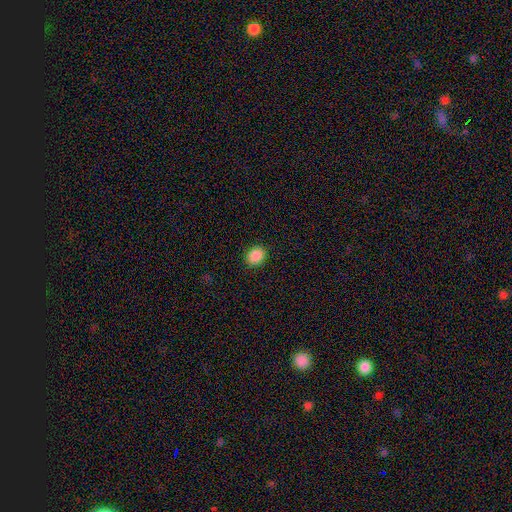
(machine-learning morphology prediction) This is clearly a smooth galaxy (89%). How rounded: possibly round (56%). Merging: clearly none (90%).